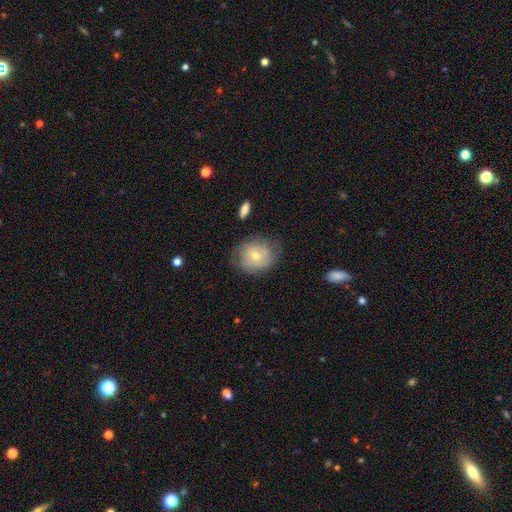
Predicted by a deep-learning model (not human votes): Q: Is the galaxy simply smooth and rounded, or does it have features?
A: featured or disk — 47%.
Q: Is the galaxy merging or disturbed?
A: none — 69%.